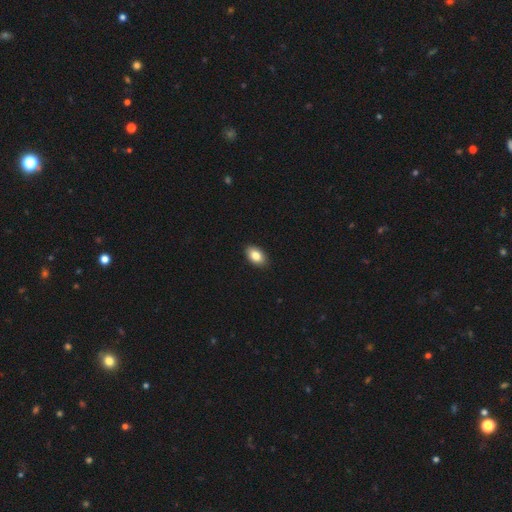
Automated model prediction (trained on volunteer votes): A smooth galaxy with no disk features (83%) that is in between round and cigar-shaped (90%). Merging: none (91%).